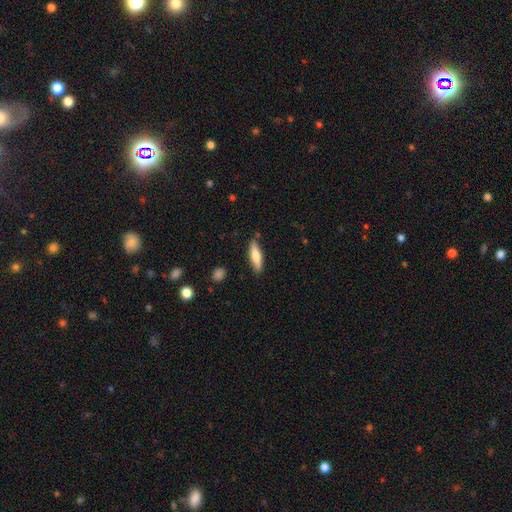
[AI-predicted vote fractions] Q: Smooth or featured?
A: smooth (69%); runner-up: featured or disk (25%)
Q: How rounded?
A: cigar-shaped (67%); runner-up: in between (31%)
Q: Merging?
A: none (83%); runner-up: minor disturbance (12%)